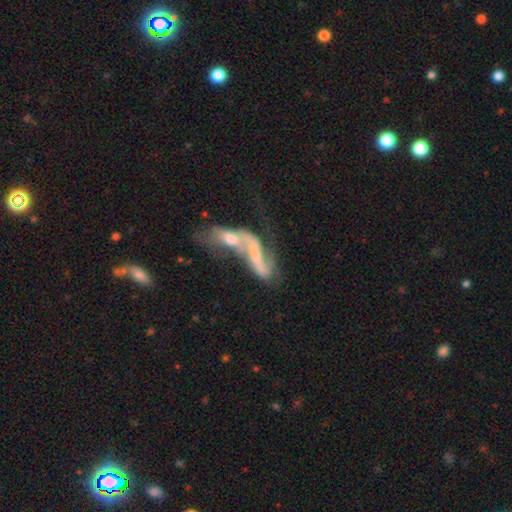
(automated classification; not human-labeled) A featured or disk galaxy (62%) with no bar (48%), spiral arms (60%) and no central bulge (39%).

Vote fractions:
- Smooth or featured? featured or disk: 62% / smooth: 29% / star or artifact: 9%
- Edge-on disk? no: 85% / yes: 15%
- Bar? no: 48% / weak: 27% / strong: 25%
- Spiral arms? yes: 60% / no: 40%
- Bulge size? none: 39% / small: 28% / moderate: 25% / large: 6% / dominant: 2%
- Merging? merger: 65% / major disturbance: 16% / none: 11% / minor disturbance: 7%